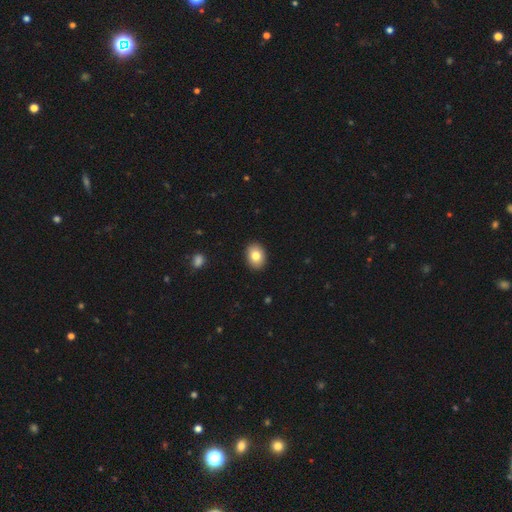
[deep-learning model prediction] Smooth or featured? smooth (82%)
How rounded? in between (68%)
Merging? none (91%)